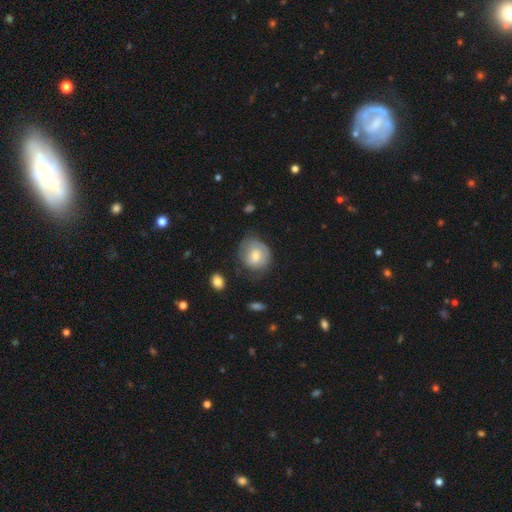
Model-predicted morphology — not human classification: Smooth or featured? Predicted: smooth (p=0.50). Merging? Predicted: none (p=0.64).